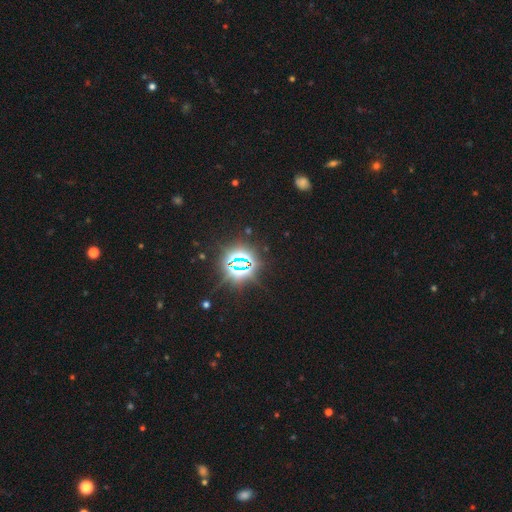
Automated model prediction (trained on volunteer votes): Morphology: type=star or artifact (82%).